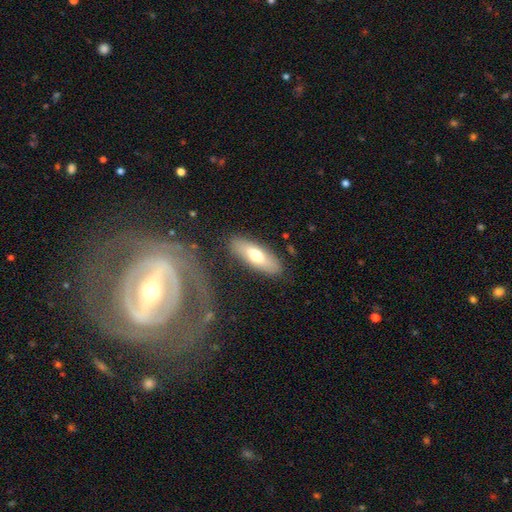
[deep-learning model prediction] This appears to be a smooth galaxy with no disk features (64%) that is in between round and cigar-shaped (68%). Merging: none (84%).